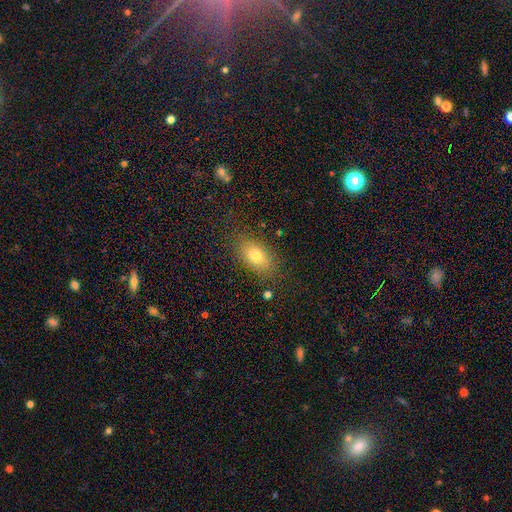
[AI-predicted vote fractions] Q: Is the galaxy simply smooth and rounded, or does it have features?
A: smooth — 78%.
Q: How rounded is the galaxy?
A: in between — 88%.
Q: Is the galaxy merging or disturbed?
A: none — 82%.